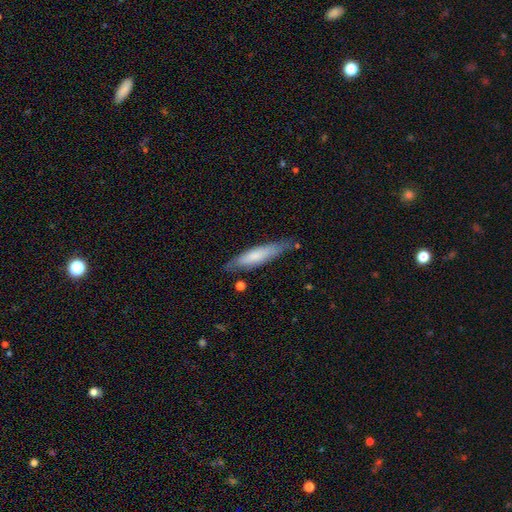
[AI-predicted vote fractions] smooth 65%, featured or disk 29%, star or artifact 6%. Down the decision tree: how rounded — cigar-shaped (81%); merging — none (73%).